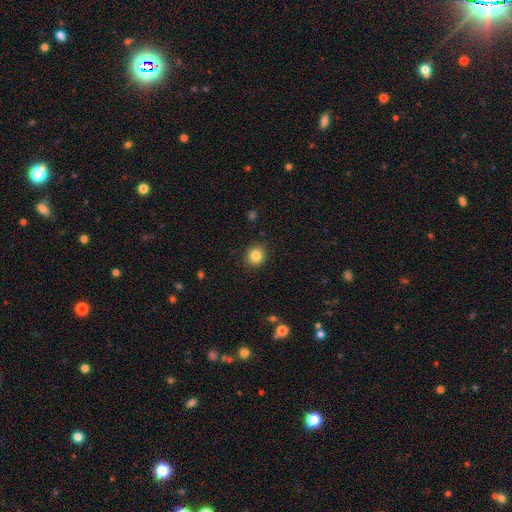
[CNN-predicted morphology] smooth-or-featured: smooth: 84% | star or artifact: 10% | featured or disk: 5%
  how-rounded: round: 85% | in between: 14% | cigar-shaped: 1%
  merging: none: 90% | minor disturbance: 7% | major disturbance: 2% | merger: 1%